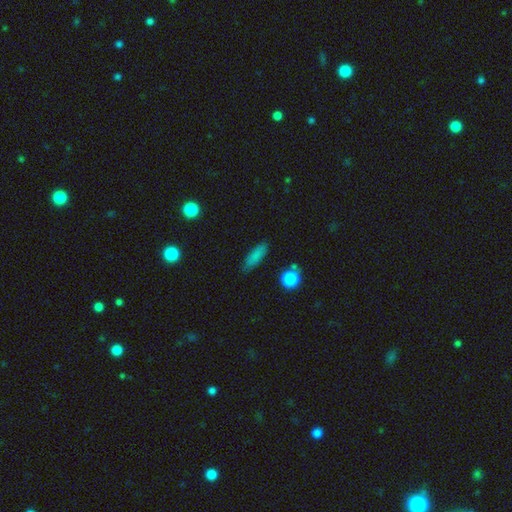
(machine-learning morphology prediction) Smooth or featured? smooth (81%)
How rounded? in between (50%)
Merging? none (80%)